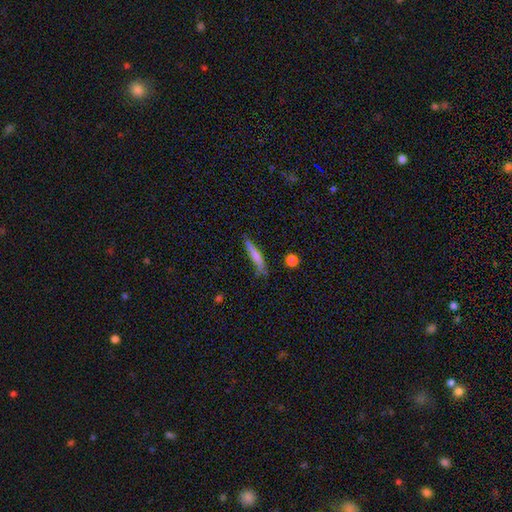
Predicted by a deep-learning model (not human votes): This is likely a smooth galaxy (66%). How rounded: clearly cigar-shaped (91%). Merging: likely none (67%).